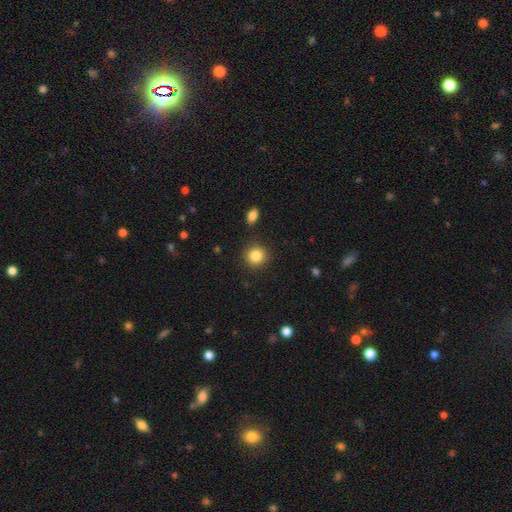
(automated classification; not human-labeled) This appears to be a smooth galaxy with no disk features (84%) that is round (91%). Merging: none (89%).